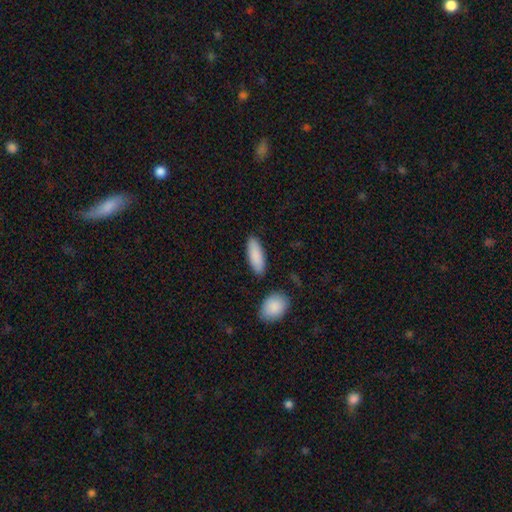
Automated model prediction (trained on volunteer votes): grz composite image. It shows a smooth galaxy with no disk features (88%) that is in between round and cigar-shaped (70%). Merging: none (84%).